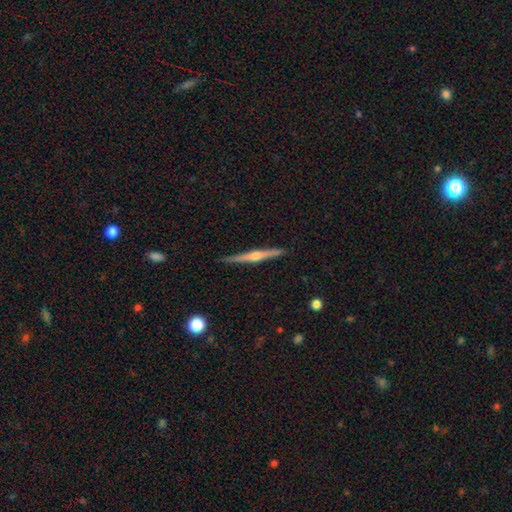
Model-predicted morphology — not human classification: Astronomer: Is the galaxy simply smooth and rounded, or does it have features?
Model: featured or disk — 78%.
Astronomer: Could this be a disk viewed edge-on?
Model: yes — 98%.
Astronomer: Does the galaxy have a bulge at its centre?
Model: rounded — 88%.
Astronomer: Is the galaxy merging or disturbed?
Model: none — 90%.